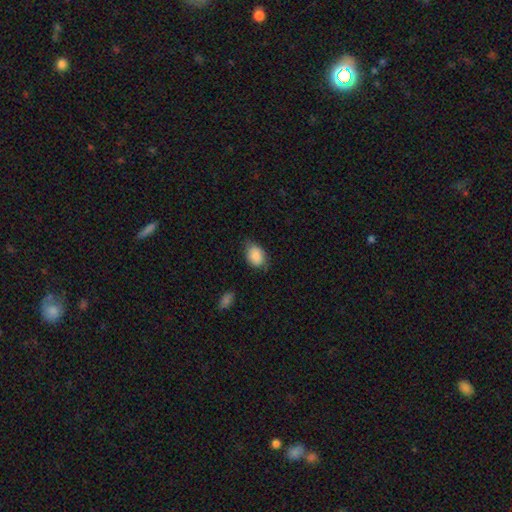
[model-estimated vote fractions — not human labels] smooth-or-featured: smooth: 86% | star or artifact: 7% | featured or disk: 7%
  how-rounded: in between: 79% | round: 20% | cigar-shaped: 1%
  merging: none: 66% | minor disturbance: 27% | major disturbance: 5% | merger: 2%